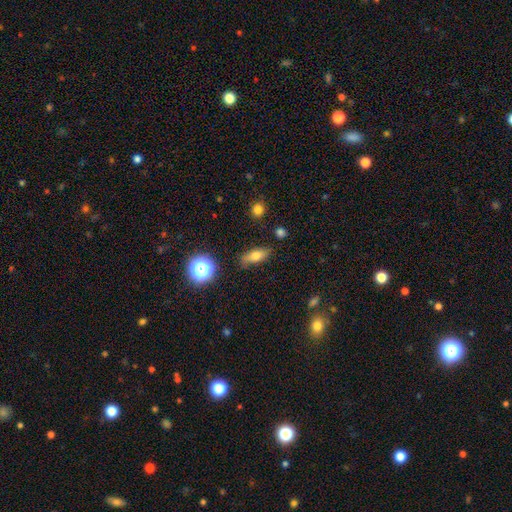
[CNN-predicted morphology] A smooth galaxy with no disk features (68%) that is in between round and cigar-shaped (65%).

Vote fractions:
- Smooth or featured? smooth: 68% / featured or disk: 22% / star or artifact: 11%
- How rounded? in between: 65% / cigar-shaped: 27% / round: 8%
- Merging? none: 77% / minor disturbance: 17% / major disturbance: 4% / merger: 2%